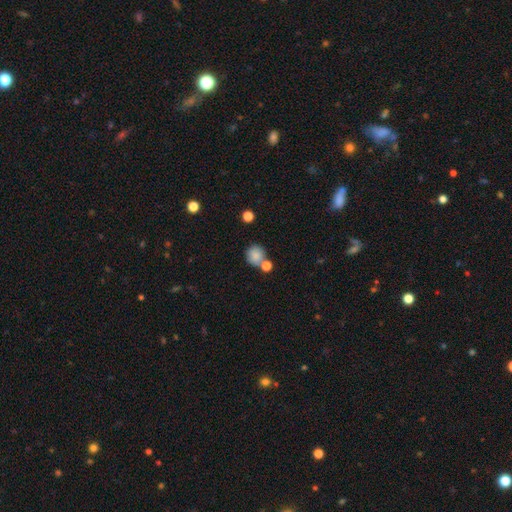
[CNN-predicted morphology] Smooth or featured? smooth (83%)
How rounded? round (85%)
Merging? none (58%)